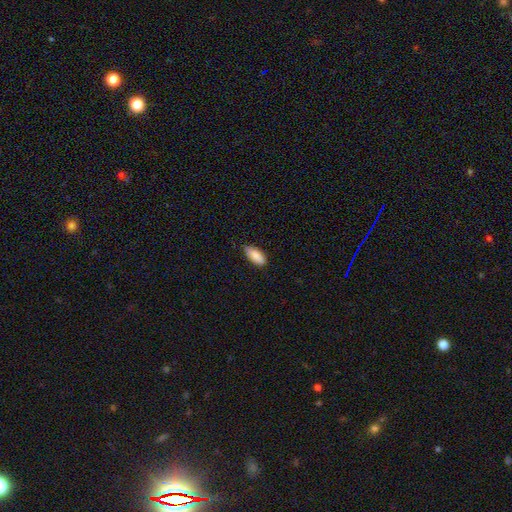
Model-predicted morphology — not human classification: Smooth or featured?
  - smooth: 88% *
  - star or artifact: 6%
  - featured or disk: 6%
How rounded?
  - in between: 89% *
  - cigar-shaped: 9%
  - round: 2%
Merging?
  - none: 76% *
  - minor disturbance: 21%
  - major disturbance: 2%
  - merger: 1%